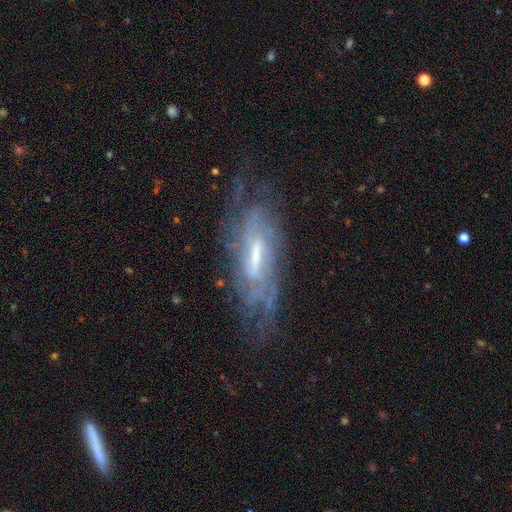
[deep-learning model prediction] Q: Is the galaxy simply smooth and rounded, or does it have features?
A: featured or disk — 80%.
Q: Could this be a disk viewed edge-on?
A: no — 75%.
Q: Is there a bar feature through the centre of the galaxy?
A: weak — 44%.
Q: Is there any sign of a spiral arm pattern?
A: yes — 89%.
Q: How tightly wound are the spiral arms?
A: tight — 52%.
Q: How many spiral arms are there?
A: can't tell — 51%.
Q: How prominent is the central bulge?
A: moderate — 44%.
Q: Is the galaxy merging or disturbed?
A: none — 66%.